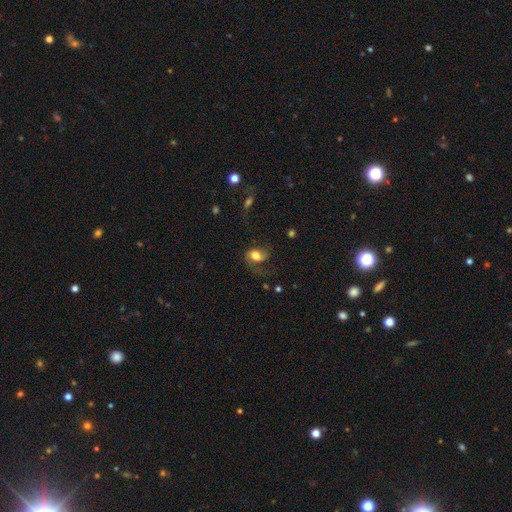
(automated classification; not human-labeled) A smooth galaxy with no disk features (57%) that is in between round and cigar-shaped (73%).

Vote fractions:
- Smooth or featured? smooth: 57% / featured or disk: 34% / star or artifact: 9%
- How rounded? in between: 73% / round: 26% / cigar-shaped: 2%
- Merging? none: 47% / major disturbance: 29% / minor disturbance: 22% / merger: 2%